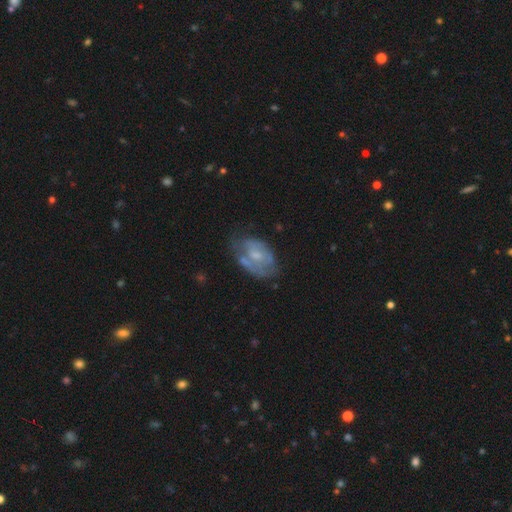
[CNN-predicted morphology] Smooth or featured?
  - featured or disk: 58% *
  - smooth: 34%
  - star or artifact: 7%
Edge-on disk?
  - no: 96% *
  - yes: 4%
Bar?
  - no: 64% *
  - weak: 31%
  - strong: 5%
Spiral arms?
  - no: 50% * (tied)
  - yes: 50% * (tied)
Bulge size?
  - small: 44% *
  - moderate: 40%
  - none: 12%
  - large: 3%
  - dominant: 1%
Merging?
  - none: 46% *
  - minor disturbance: 29%
  - major disturbance: 17%
  - merger: 8%